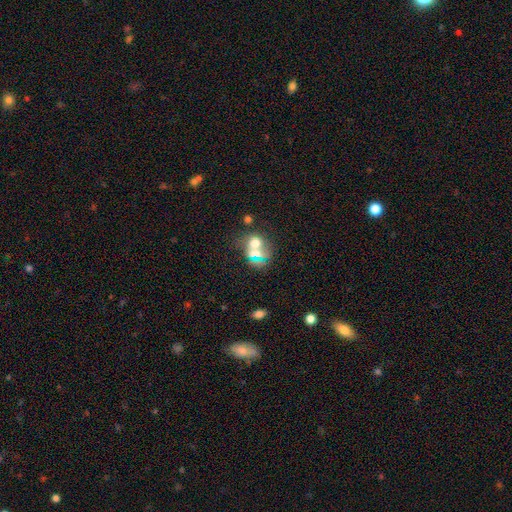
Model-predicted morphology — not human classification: Smooth or featured?
  - smooth: 54% *
  - featured or disk: 25%
  - star or artifact: 21%
How rounded?
  - round: 60% *
  - in between: 38%
  - cigar-shaped: 2%
Merging?
  - merger: 55% *
  - none: 30%
  - minor disturbance: 8%
  - major disturbance: 7%